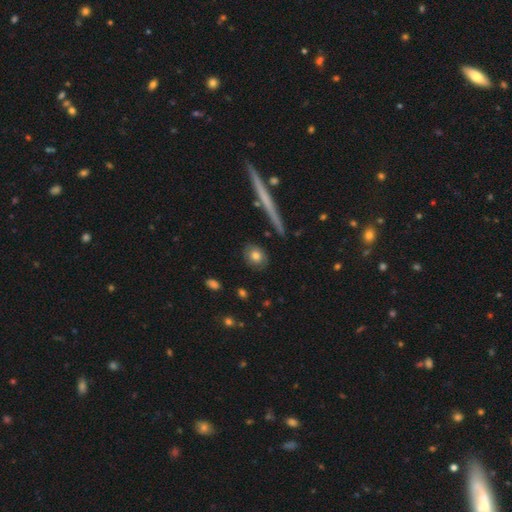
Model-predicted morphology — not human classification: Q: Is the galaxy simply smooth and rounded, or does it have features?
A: smooth — 75%.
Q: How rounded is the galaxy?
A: round — 65%.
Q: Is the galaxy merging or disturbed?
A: none — 85%.